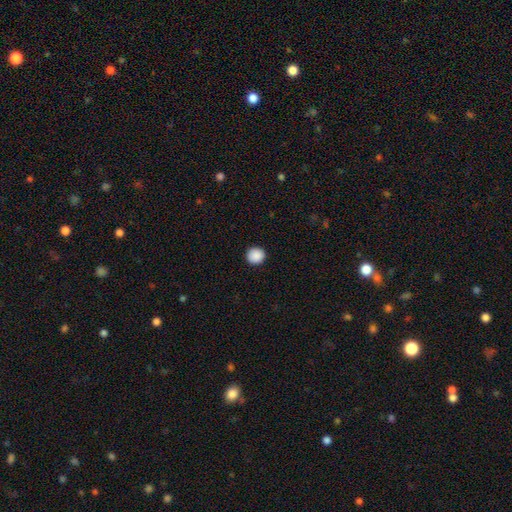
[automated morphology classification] A smooth galaxy with no disk features (89%) that is round (92%). Merging: none (93%).